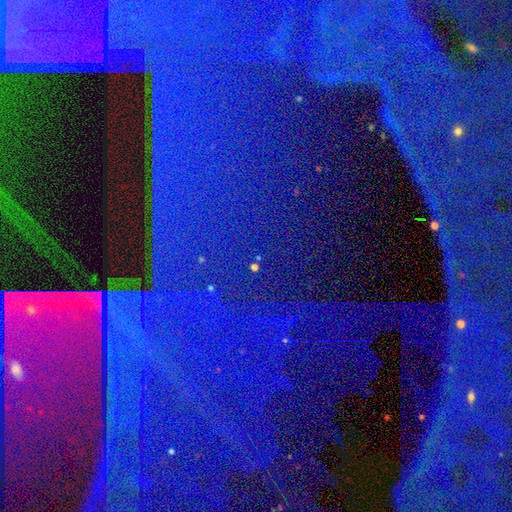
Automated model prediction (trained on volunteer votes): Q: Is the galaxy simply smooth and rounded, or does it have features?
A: star or artifact — 87%.